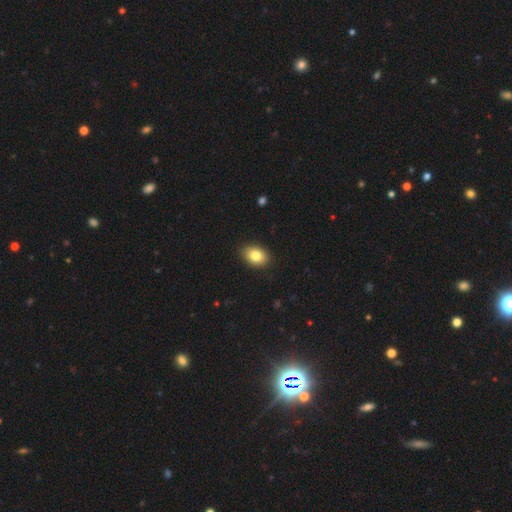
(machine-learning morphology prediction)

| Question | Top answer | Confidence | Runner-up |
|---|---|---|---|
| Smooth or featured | smooth | 83% | featured or disk (9%) |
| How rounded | in between | 82% | round (17%) |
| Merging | none | 88% | minor disturbance (9%) |